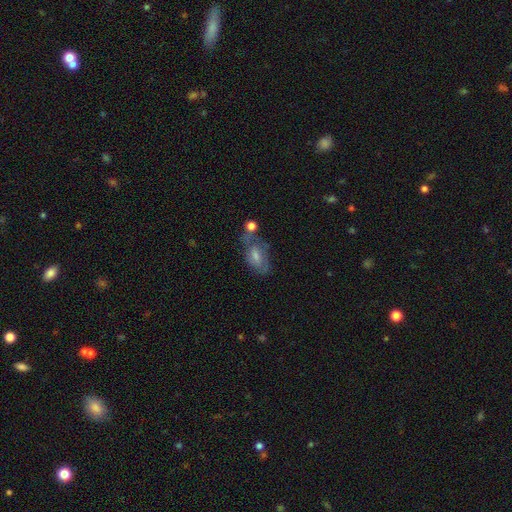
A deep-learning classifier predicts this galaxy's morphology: This appears to be a featured or disk galaxy (49%). Merging: none (46%).